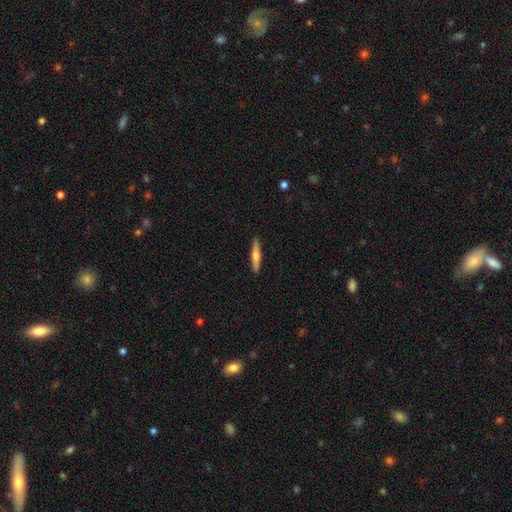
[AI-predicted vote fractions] Q: Smooth or featured?
A: smooth (56%); runner-up: featured or disk (38%)
Q: How rounded?
A: cigar-shaped (90%); runner-up: in between (9%)
Q: Merging?
A: none (91%); runner-up: minor disturbance (7%)